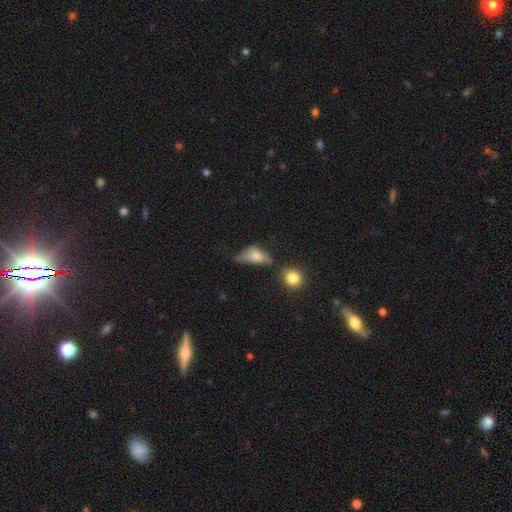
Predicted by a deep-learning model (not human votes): Overall: smooth (66%). How rounded: in between (82%). Merging: major disturbance (31%, tied with minor disturbance).